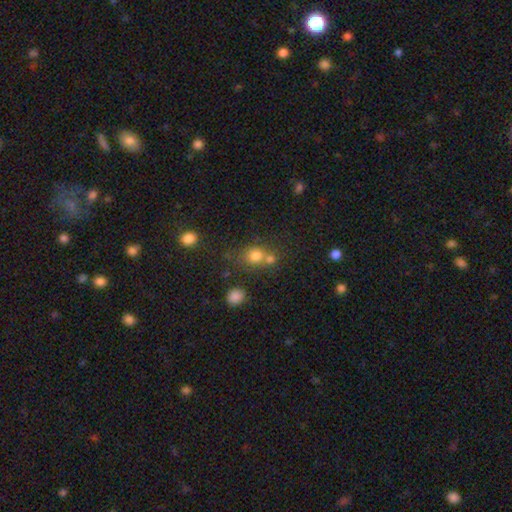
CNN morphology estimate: Smooth or featured? smooth (76%)
How rounded? round (70%)
Merging? none (44%)